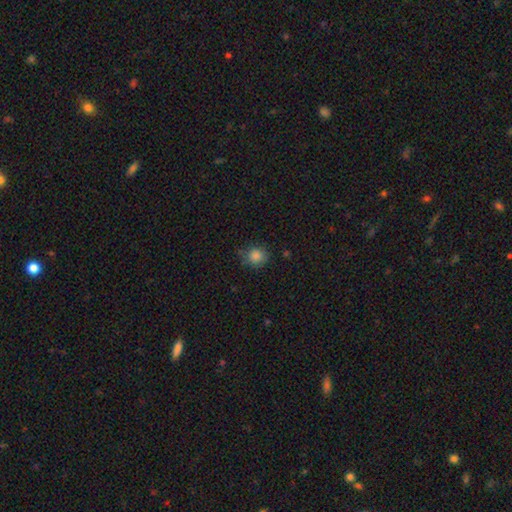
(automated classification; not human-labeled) The model was most divided on "merging": none: 76%, minor disturbance: 18%, major disturbance: 4%, merger: 2%. More confident: how rounded — round (85%); smooth or featured — smooth (85%).